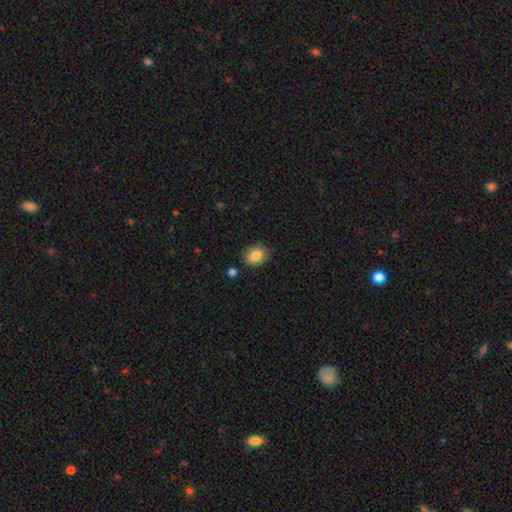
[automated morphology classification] Smooth or featured? smooth (84%)
How rounded? in between (59%)
Merging? none (85%)